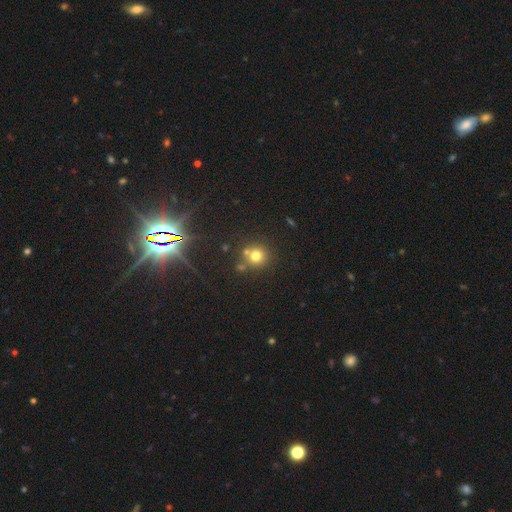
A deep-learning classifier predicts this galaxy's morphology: This is likely a smooth galaxy (72%). How rounded: clearly round (91%). Merging: likely none (69%).